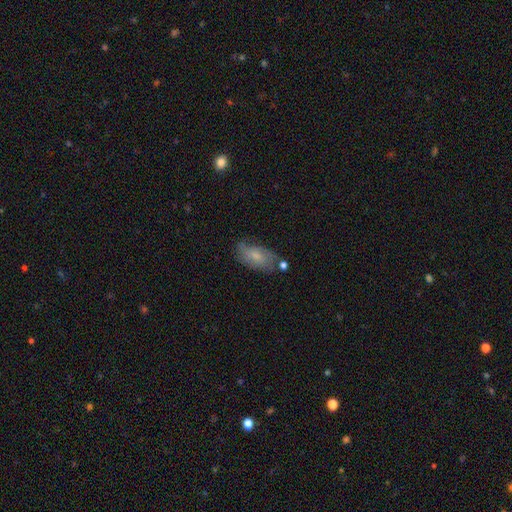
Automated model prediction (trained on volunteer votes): Morphology: type=smooth (58%); roundness=in between (89%); merging=none (57%).